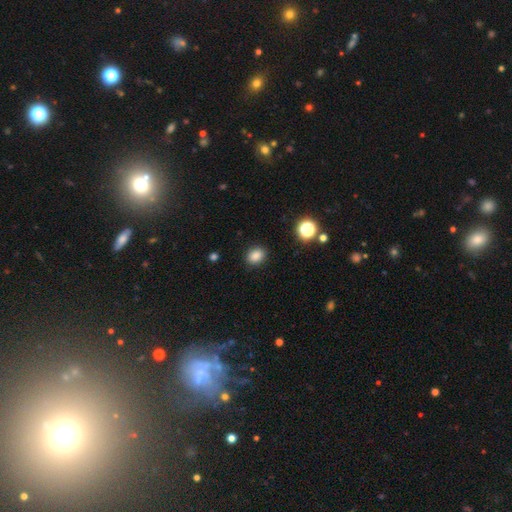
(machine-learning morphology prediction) This appears to be a smooth galaxy with no disk features (84%) that is in between round and cigar-shaped (50%). Merging: none (89%).